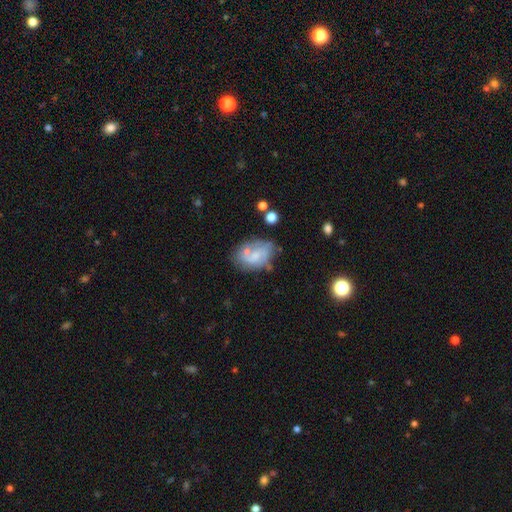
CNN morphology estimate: Overall: featured or disk (58%; smooth 33%). Edge-on disk: no (97%). Bar: no (62%; weak 32%). Spiral arms: yes (68%; no 32%). Bulge size: small (41%; none 28%). Merging: none (46%; minor disturbance 26%).